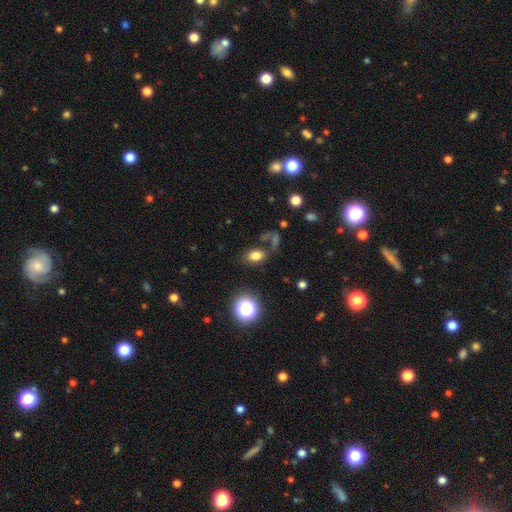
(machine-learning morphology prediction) Smooth or featured? Predicted: smooth (p=0.76). How rounded? Predicted: in between (p=0.81). Merging? Predicted: none (p=0.69).